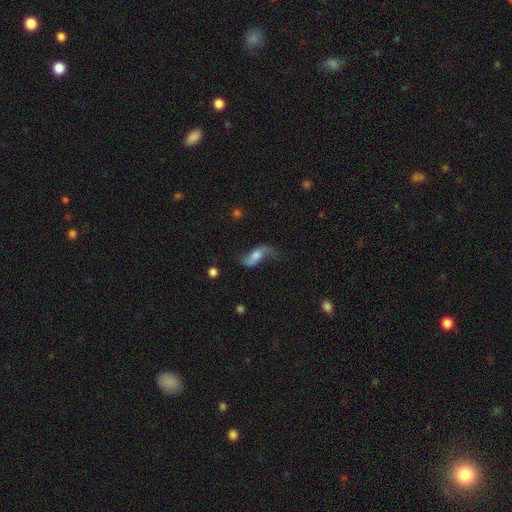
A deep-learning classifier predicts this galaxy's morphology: type=featured or disk (60%); edge-on=no (88%); bar=no (52%); spiral arms=yes (87%); bulge=moderate (54%); merging=none (50%).